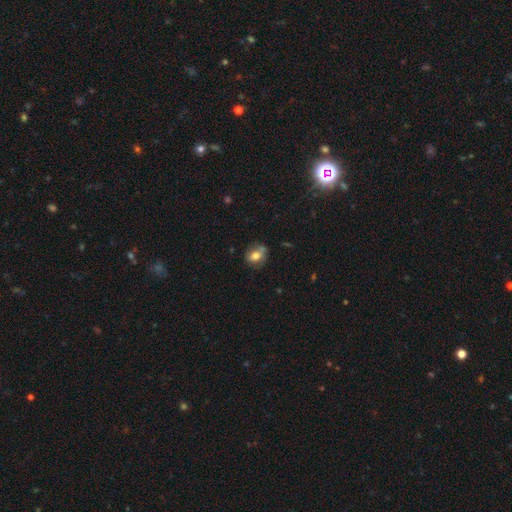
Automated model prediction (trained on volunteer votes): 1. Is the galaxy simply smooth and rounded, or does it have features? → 67% smooth, 24% featured or disk, 10% star or artifact.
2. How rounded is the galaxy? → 55% in between, 43% round, 2% cigar-shaped.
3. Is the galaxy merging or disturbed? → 57% none, 26% minor disturbance, 9% major disturbance, 8% merger.